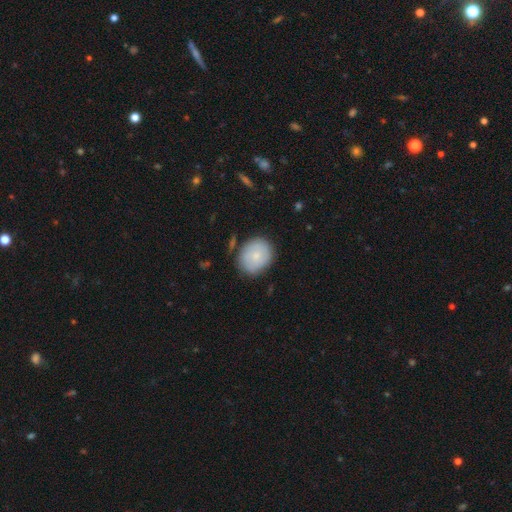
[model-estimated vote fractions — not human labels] Smooth or featured? Predicted: smooth (p=0.75). How rounded? Predicted: round (p=0.60). Merging? Predicted: none (p=0.78).